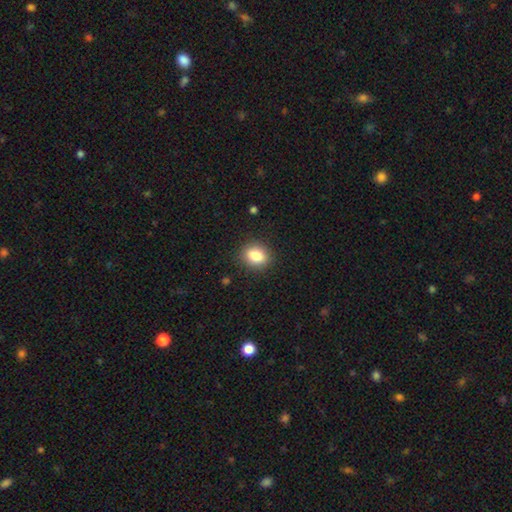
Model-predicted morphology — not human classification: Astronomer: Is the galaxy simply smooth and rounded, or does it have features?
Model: smooth — 84%.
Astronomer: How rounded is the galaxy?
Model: round — 51% (runner-up: in between, 48%).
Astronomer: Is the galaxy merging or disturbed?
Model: none — 88%.